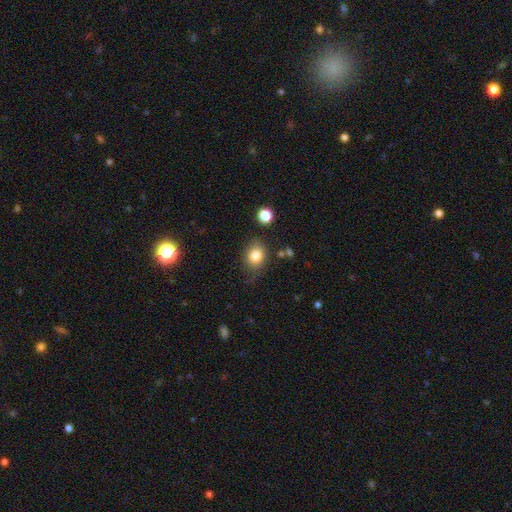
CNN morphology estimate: Smooth or featured?
  - smooth: 81% *
  - star or artifact: 10%
  - featured or disk: 9%
How rounded?
  - round: 52% *
  - in between: 47%
  - cigar-shaped: 1%
Merging?
  - none: 70% *
  - minor disturbance: 21%
  - major disturbance: 6%
  - merger: 3%